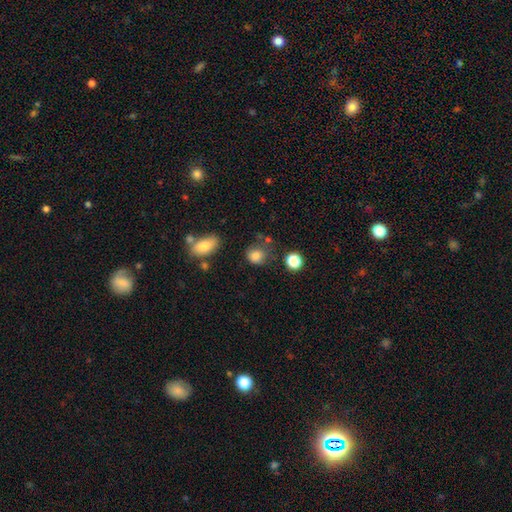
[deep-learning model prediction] Smooth or featured? smooth (82%)
How rounded? round (72%)
Merging? none (62%)